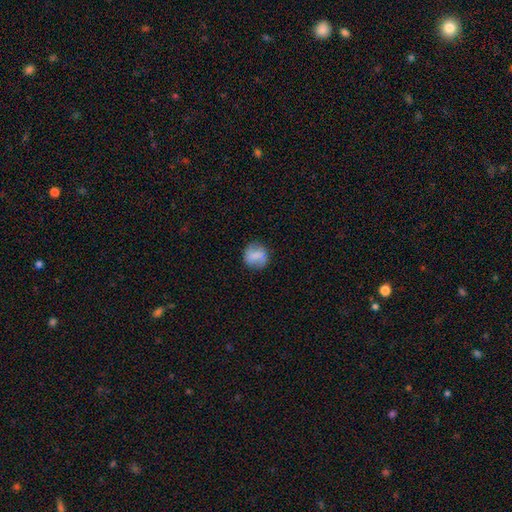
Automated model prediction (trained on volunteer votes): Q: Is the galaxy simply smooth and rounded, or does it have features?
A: smooth — 66%.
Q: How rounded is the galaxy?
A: round — 84%.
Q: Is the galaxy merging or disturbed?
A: none — 77%.